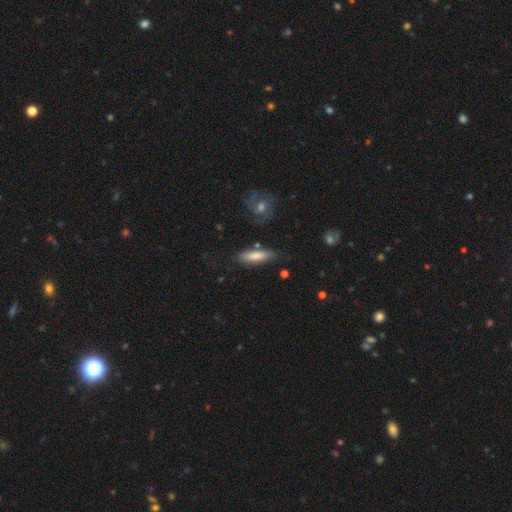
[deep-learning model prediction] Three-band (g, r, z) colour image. It shows a smooth galaxy with no disk features (75%) that is cigar-shaped (61%). Merging: none (74%).